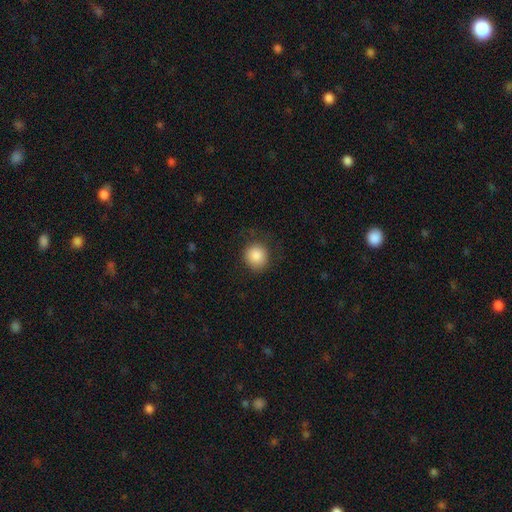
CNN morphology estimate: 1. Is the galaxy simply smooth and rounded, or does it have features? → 87% smooth, 8% star or artifact, 5% featured or disk.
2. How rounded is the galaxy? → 88% round, 11% in between, 1% cigar-shaped.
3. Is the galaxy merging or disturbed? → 78% none, 14% minor disturbance, 6% major disturbance, 1% merger.